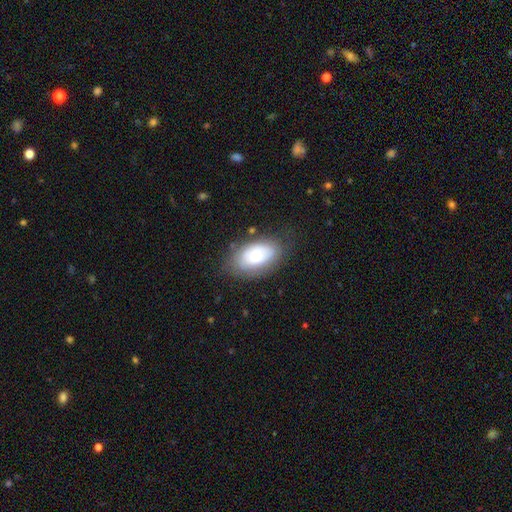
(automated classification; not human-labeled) Smooth or featured: smooth — 57% (featured or disk — 35%)
How rounded: in between — 90% (round — 8%)
Merging: none — 73% (minor disturbance — 18%)